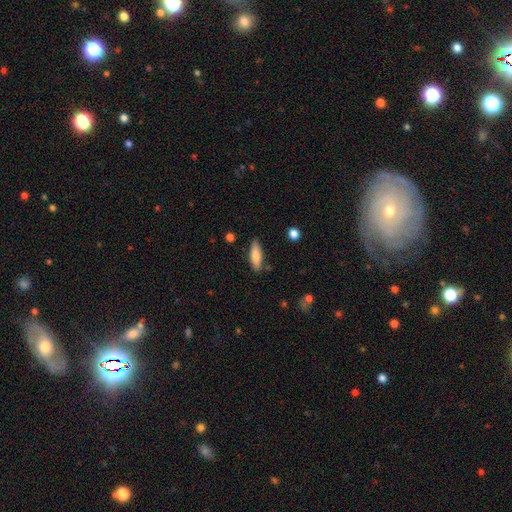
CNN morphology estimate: This is likely a smooth galaxy (78%). How rounded: possibly cigar-shaped (51%). Merging: clearly none (82%).